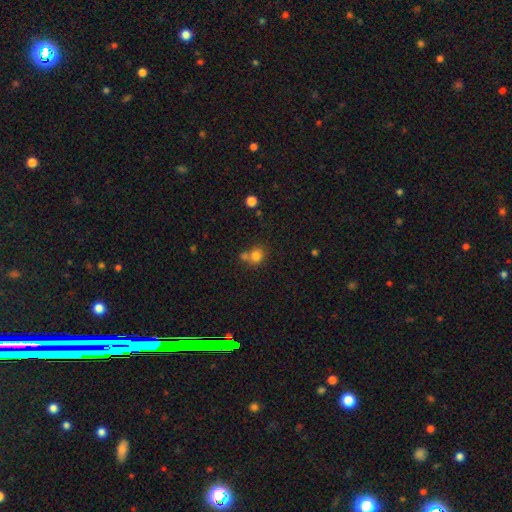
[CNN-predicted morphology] smooth 80%, star or artifact 12%, featured or disk 8%. Down the decision tree: how rounded — round (79%); merging — none (51%).